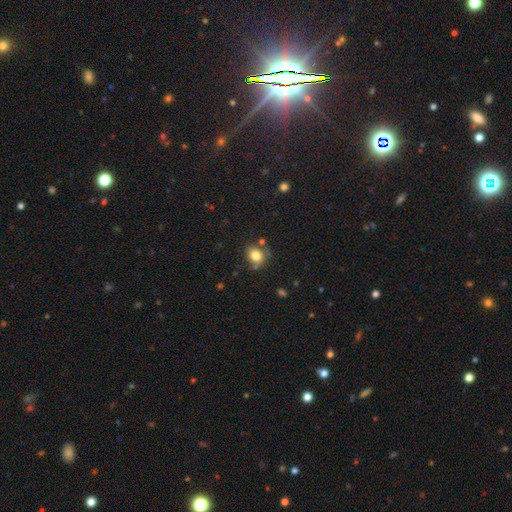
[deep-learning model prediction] The model was most divided on "how rounded": round: 61%, in between: 38%, cigar-shaped: 1%. More confident: smooth or featured — smooth (79%); merging — none (67%).